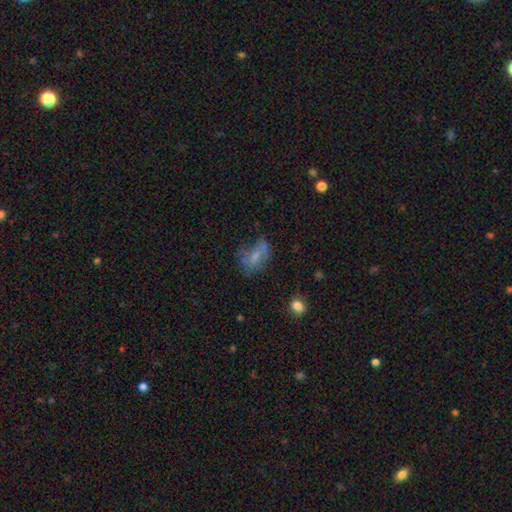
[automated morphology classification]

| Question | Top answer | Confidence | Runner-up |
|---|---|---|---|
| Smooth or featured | smooth | 48% | featured or disk (36%) |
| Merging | none | 42% | major disturbance (25%) |